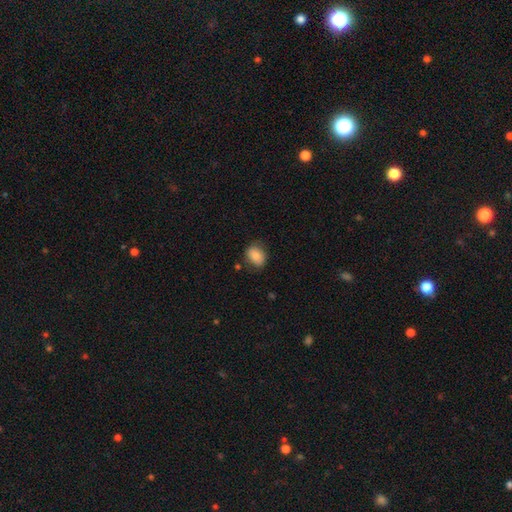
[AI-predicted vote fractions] smooth 81%, featured or disk 11%, star or artifact 8%. Down the decision tree: how rounded — in between (56%); merging — none (75%).